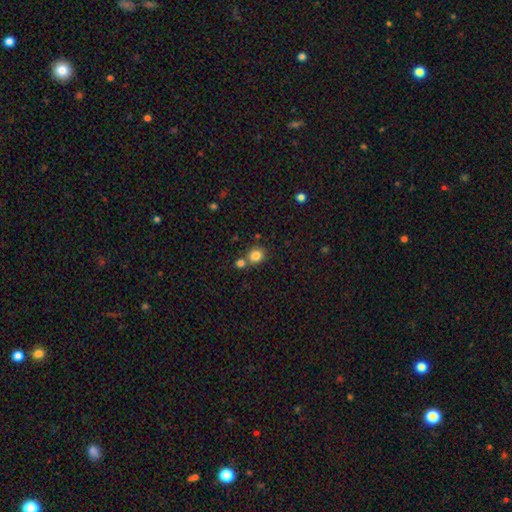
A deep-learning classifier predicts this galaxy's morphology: smooth-or-featured: smooth: 83% | star or artifact: 11% | featured or disk: 6%
  how-rounded: round: 77% | in between: 22% | cigar-shaped: 1%
  merging: none: 64% | merger: 25% | minor disturbance: 9% | major disturbance: 3%